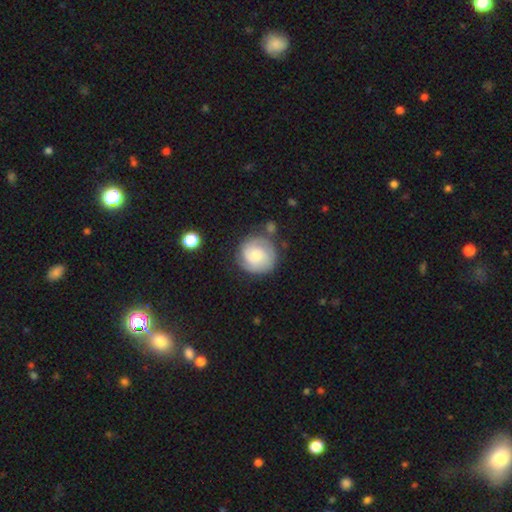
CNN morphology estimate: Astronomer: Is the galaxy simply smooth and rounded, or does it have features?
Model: featured or disk — 60%.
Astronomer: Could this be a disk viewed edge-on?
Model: no — 98%.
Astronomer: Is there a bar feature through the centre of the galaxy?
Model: no — 72%.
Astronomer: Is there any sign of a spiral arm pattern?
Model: yes — 91%.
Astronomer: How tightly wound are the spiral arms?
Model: tight — 62%.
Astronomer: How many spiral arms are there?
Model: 2 — 44% (runner-up: can't tell, 24%).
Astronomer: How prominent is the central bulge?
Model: moderate — 45% (runner-up: small, 42%).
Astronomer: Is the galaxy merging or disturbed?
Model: none — 73%.